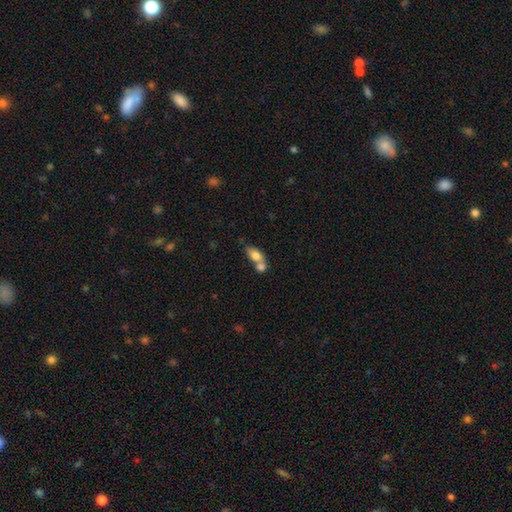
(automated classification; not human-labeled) A smooth galaxy with no disk features (75%) that is in between round and cigar-shaped (80%). Merging: merger (62%).